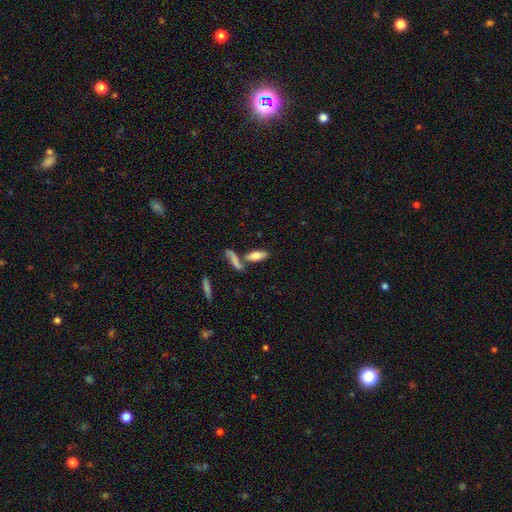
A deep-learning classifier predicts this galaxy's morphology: Smooth or featured: smooth — 70% (featured or disk — 23%)
How rounded: in between — 60% (cigar-shaped — 37%)
Merging: none — 55% (merger — 30%)